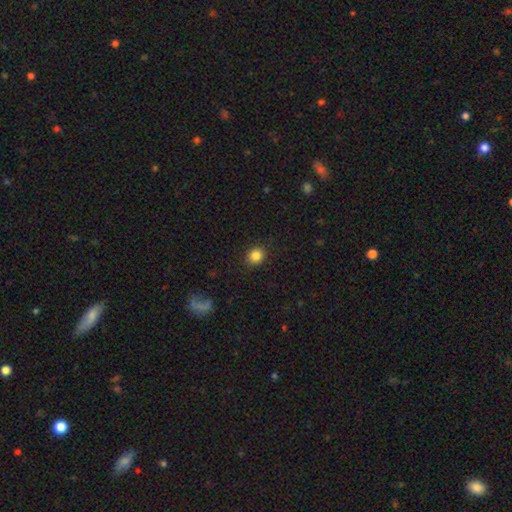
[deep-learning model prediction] smooth 85%, star or artifact 11%, featured or disk 5%. Down the decision tree: how rounded — round (71%); merging — none (89%).